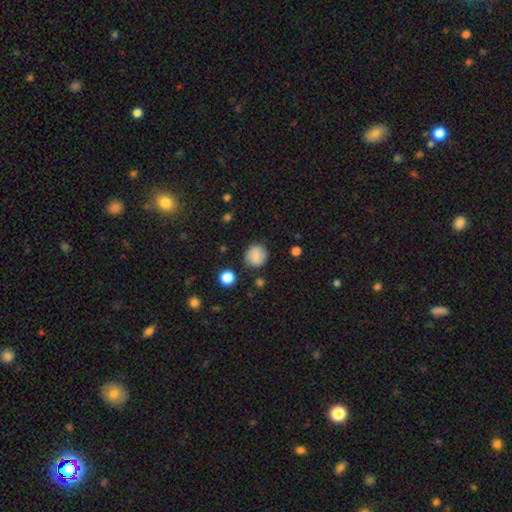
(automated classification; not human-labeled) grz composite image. It shows a smooth galaxy with no disk features (79%) that is round (87%). Merging: none (82%).